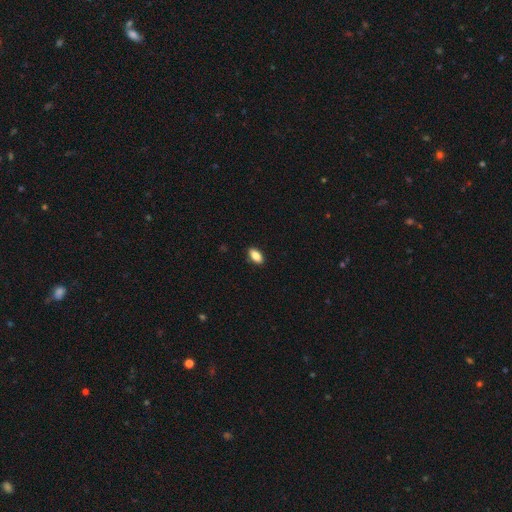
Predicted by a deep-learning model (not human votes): This is clearly a smooth galaxy (86%). How rounded: clearly in between (90%). Merging: clearly none (89%).